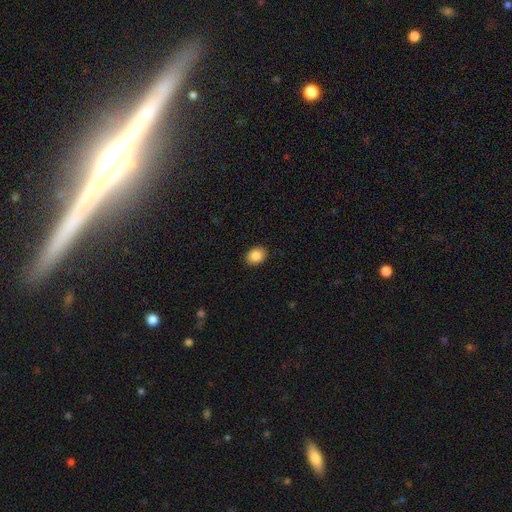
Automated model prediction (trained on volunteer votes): This is clearly a smooth galaxy (86%). How rounded: possibly in between (57%). Merging: clearly none (91%).